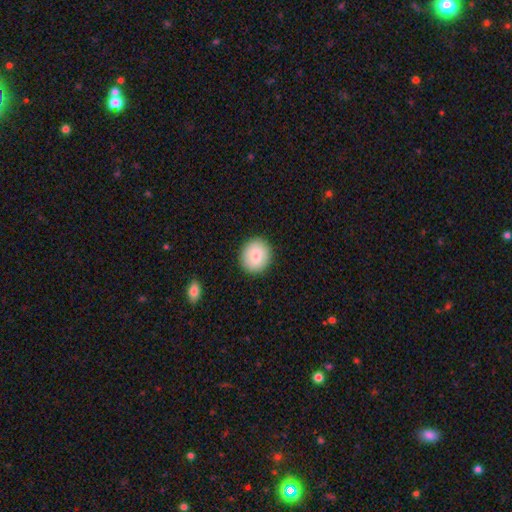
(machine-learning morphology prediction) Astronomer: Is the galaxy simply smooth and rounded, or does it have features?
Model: smooth — 83%.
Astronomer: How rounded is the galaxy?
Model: round — 81%.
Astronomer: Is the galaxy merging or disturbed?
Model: none — 90%.